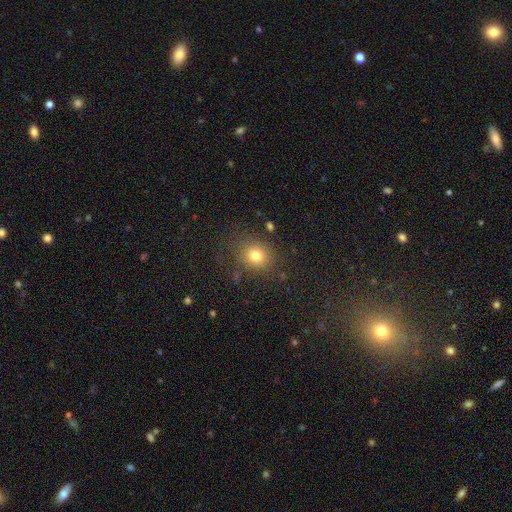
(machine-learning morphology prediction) A smooth galaxy with no disk features (78%) that is round (71%).

Vote fractions:
- Smooth or featured? smooth: 78% / star or artifact: 14% / featured or disk: 9%
- How rounded? round: 71% / in between: 28% / cigar-shaped: 1%
- Merging? none: 80% / minor disturbance: 12% / major disturbance: 6% / merger: 2%